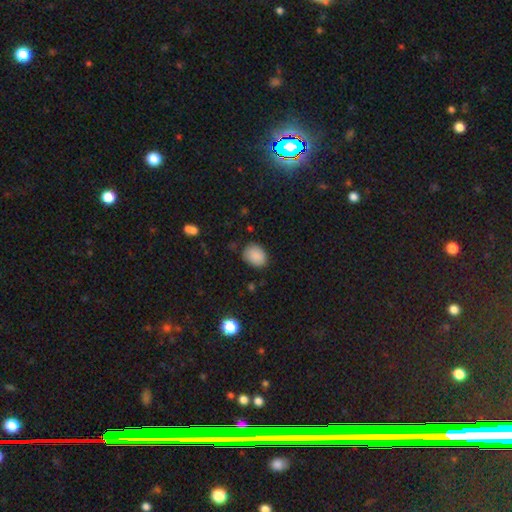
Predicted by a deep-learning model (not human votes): Smooth or featured: smooth — 87% (star or artifact — 8%)
How rounded: in between — 65% (round — 34%)
Merging: none — 77% (minor disturbance — 18%)